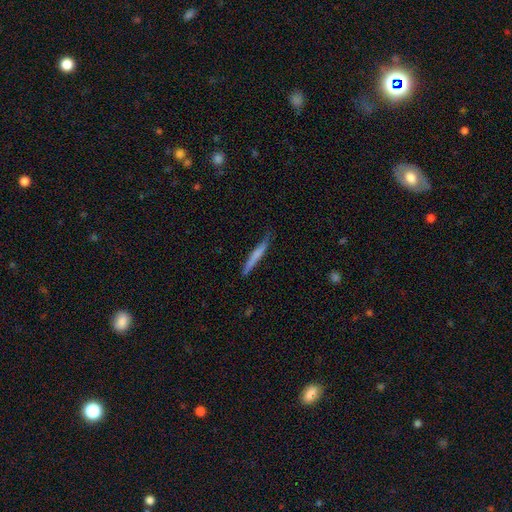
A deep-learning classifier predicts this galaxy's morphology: Smooth or featured?
  - smooth: 62% *
  - featured or disk: 32%
  - star or artifact: 6%
How rounded?
  - cigar-shaped: 96% *
  - in between: 3%
  - round: 1%
Merging?
  - none: 76% *
  - minor disturbance: 19%
  - major disturbance: 3%
  - merger: 2%